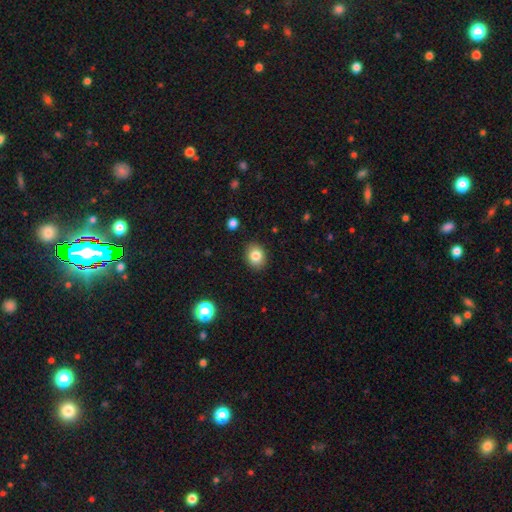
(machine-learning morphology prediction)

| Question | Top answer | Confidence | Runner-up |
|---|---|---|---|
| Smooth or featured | smooth | 83% | star or artifact (10%) |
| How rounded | round | 57% | in between (42%) |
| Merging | none | 89% | minor disturbance (8%) |